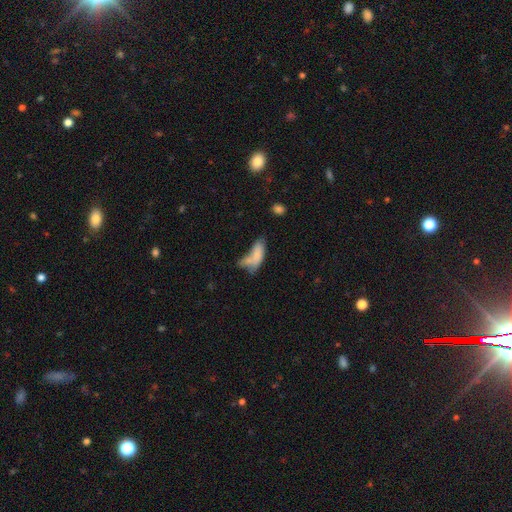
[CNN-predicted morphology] Smooth or featured: smooth — 74% (featured or disk — 17%)
How rounded: in between — 76% (cigar-shaped — 21%)
Merging: merger — 38% (none — 24%)